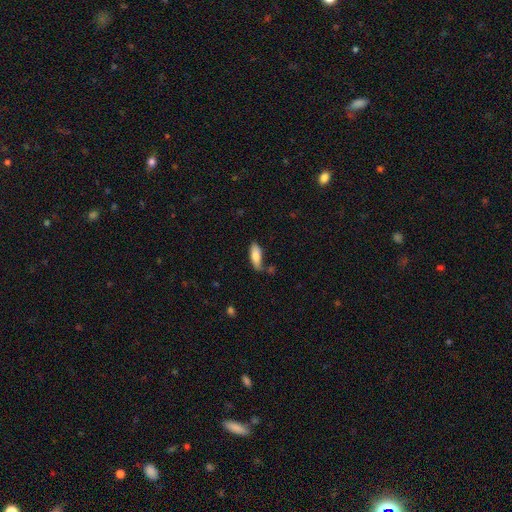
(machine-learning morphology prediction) Overall: smooth (80%). How rounded: in between (68%; cigar-shaped 30%). Merging: none (65%).